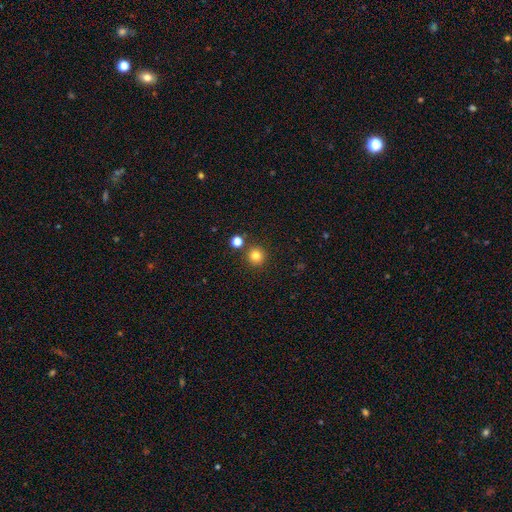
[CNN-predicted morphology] Smooth or featured? Predicted: smooth (p=0.81). How rounded? Predicted: round (p=0.94). Merging? Predicted: none (p=0.87).